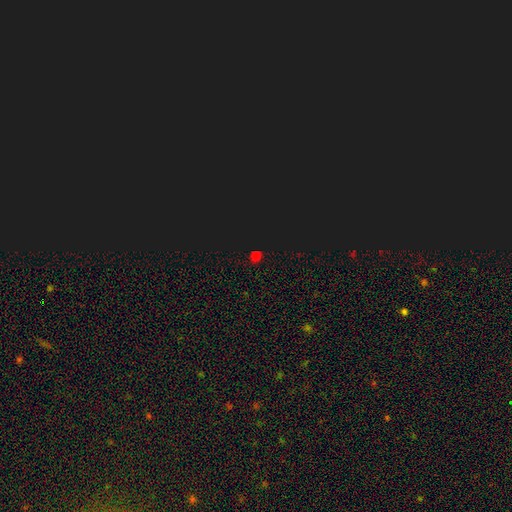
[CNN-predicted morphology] This is possibly a star or artifact rather than a galaxy (53%).